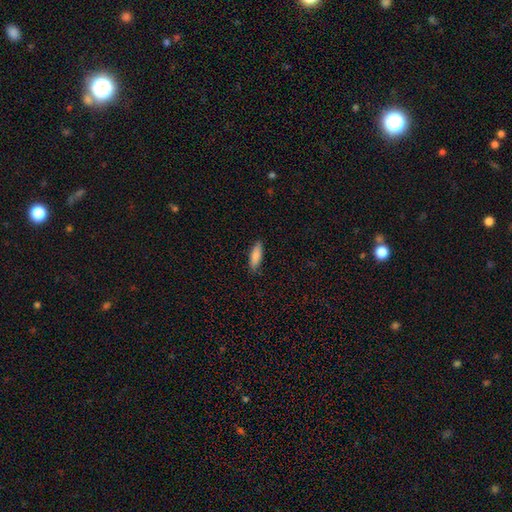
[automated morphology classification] Smooth or featured?
  - smooth: 84% *
  - featured or disk: 10%
  - star or artifact: 6%
How rounded?
  - in between: 51% *
  - cigar-shaped: 47%
  - round: 2%
Merging?
  - none: 84% *
  - minor disturbance: 13%
  - major disturbance: 2%
  - merger: 1%